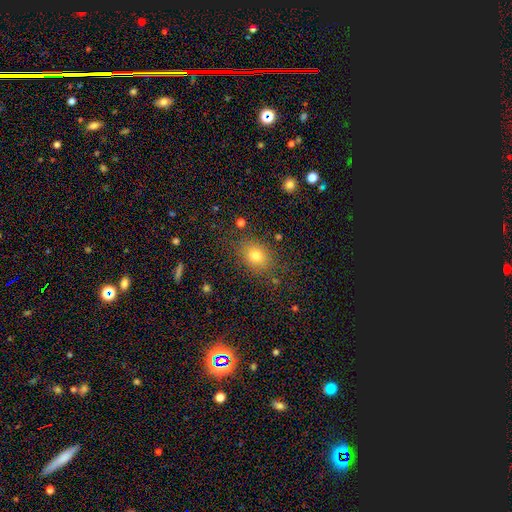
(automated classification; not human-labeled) Smooth or featured?
  - smooth: 78% *
  - star or artifact: 13%
  - featured or disk: 9%
How rounded?
  - in between: 56% *
  - round: 42%
  - cigar-shaped: 1%
Merging?
  - none: 80% *
  - minor disturbance: 13%
  - major disturbance: 4%
  - merger: 3%